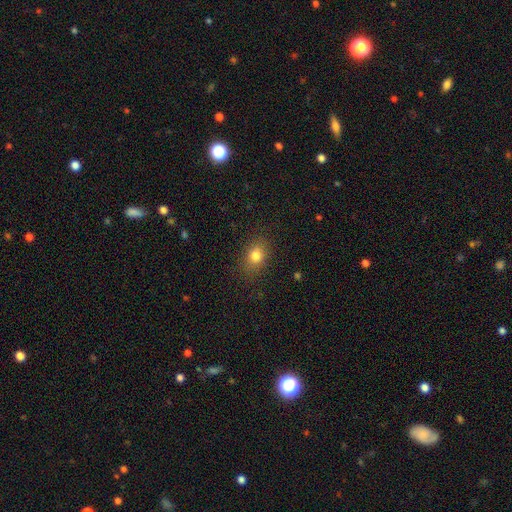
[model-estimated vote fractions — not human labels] smooth 80%, star or artifact 12%, featured or disk 8%. Down the decision tree: how rounded — in between (61%); merging — none (85%).